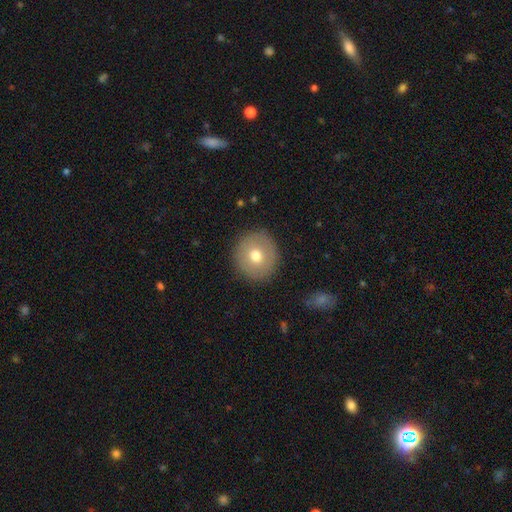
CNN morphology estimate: type=smooth (70%); roundness=round (88%); merging=none (89%).